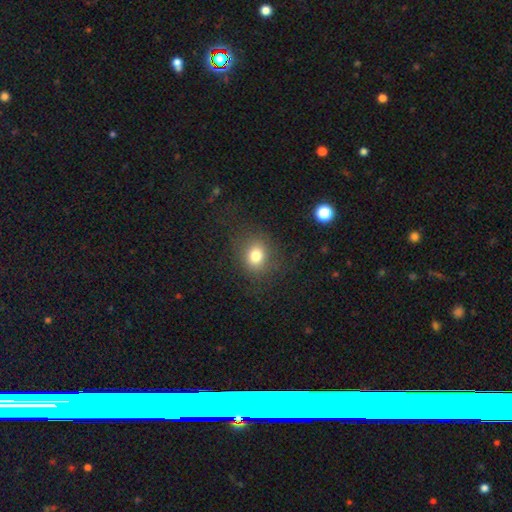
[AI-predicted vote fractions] Q: Smooth or featured?
A: smooth (78%); runner-up: star or artifact (14%)
Q: How rounded?
A: round (65%); runner-up: in between (34%)
Q: Merging?
A: none (82%); runner-up: minor disturbance (11%)